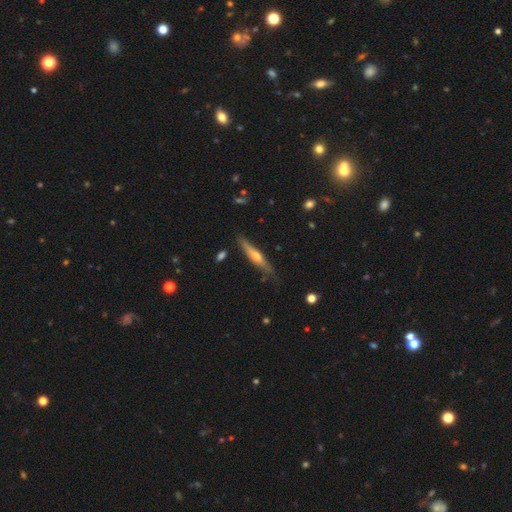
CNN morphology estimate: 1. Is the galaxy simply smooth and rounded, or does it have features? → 59% featured or disk, 35% smooth, 6% star or artifact.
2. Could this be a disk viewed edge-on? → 94% yes, 6% no.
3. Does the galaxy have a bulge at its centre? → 86% rounded, 10% none, 4% boxy.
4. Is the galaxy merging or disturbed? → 80% none, 15% minor disturbance, 3% major disturbance, 2% merger.